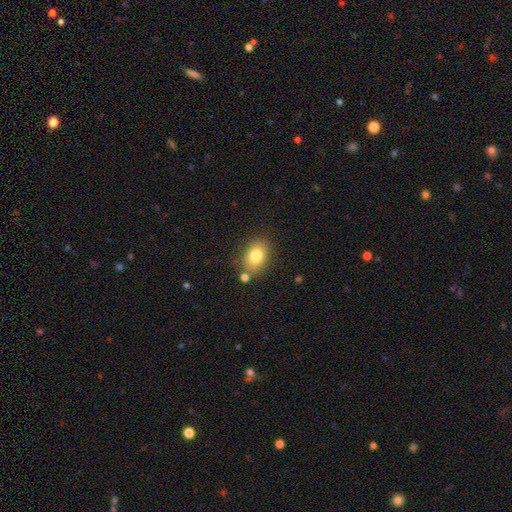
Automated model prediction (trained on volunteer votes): smooth_or_featured: smooth (p=0.79) [alt: featured or disk p=0.11]
how_rounded: in between (p=0.74) [alt: round p=0.24]
merging: none (p=0.77) [alt: minor disturbance p=0.13]